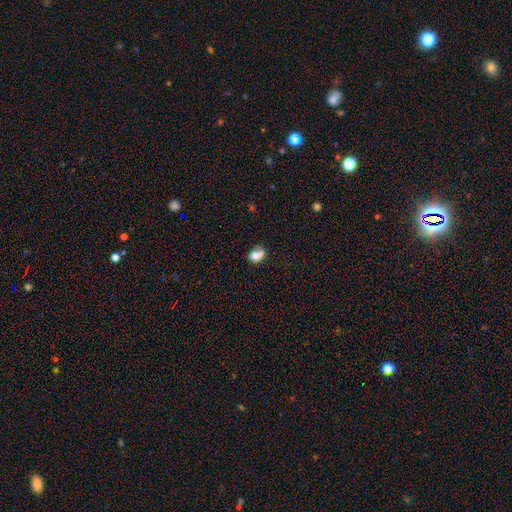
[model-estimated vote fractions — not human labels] smooth 77%, featured or disk 12%, star or artifact 11%. Down the decision tree: how rounded — in between (71%); merging — none (46%).